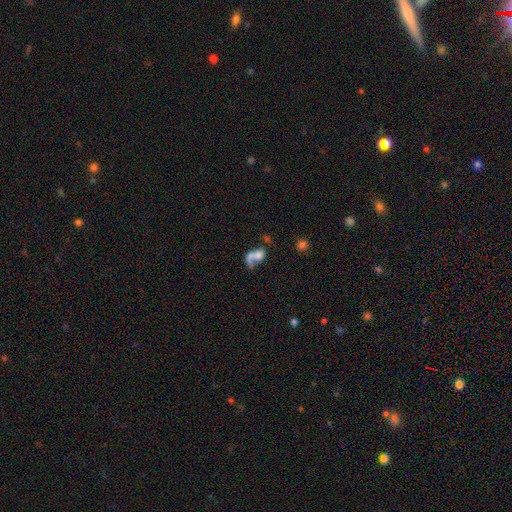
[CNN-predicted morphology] Q: Smooth or featured?
A: smooth (51%); runner-up: featured or disk (37%)
Q: How rounded?
A: in between (66%); runner-up: round (30%)
Q: Merging?
A: merger (51%); runner-up: major disturbance (22%)